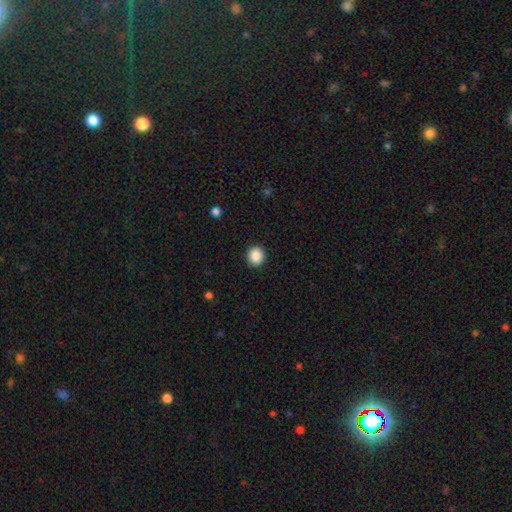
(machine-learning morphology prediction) Smooth or featured?
  - smooth: 89% *
  - star or artifact: 9%
  - featured or disk: 2%
How rounded?
  - round: 89% *
  - in between: 10%
  - cigar-shaped: 1%
Merging?
  - none: 92% *
  - minor disturbance: 5%
  - major disturbance: 2%
  - merger: 1%